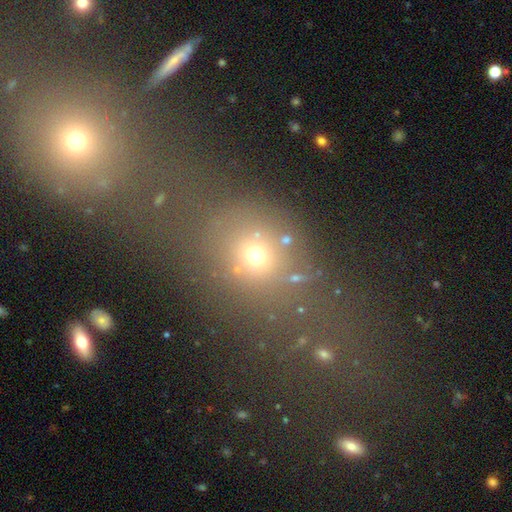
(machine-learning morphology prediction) Smooth or featured: smooth — 56% (star or artifact — 28%)
How rounded: round — 51% (in between — 45%)
Merging: none — 38% (merger — 36%)